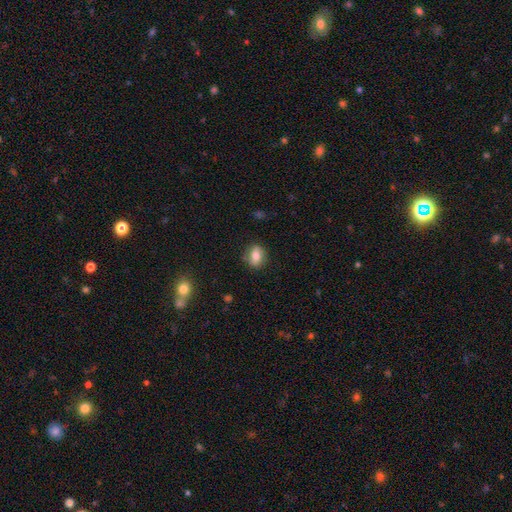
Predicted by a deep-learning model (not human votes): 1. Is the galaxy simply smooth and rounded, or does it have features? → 71% smooth, 21% featured or disk, 8% star or artifact.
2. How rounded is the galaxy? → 63% in between, 34% round, 3% cigar-shaped.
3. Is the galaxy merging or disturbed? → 81% none, 14% minor disturbance, 4% major disturbance, 1% merger.